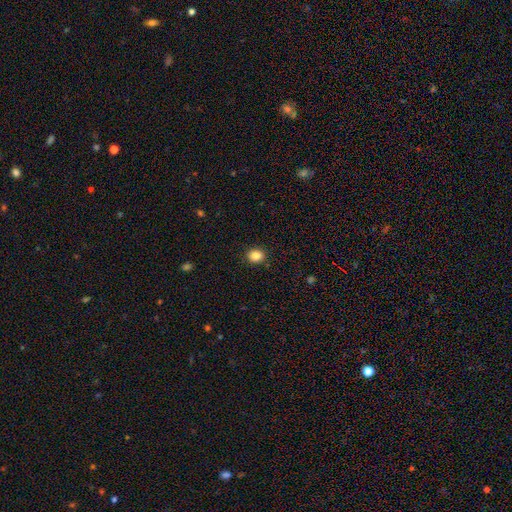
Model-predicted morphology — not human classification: Overall: smooth (85%). How rounded: round (67%; in between 32%). Merging: none (89%).